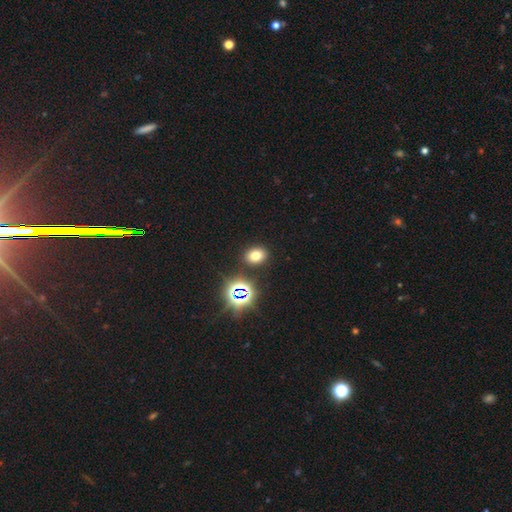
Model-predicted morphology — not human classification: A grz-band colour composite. It shows a smooth galaxy with no disk features (70%) that is in between round and cigar-shaped (58%). Merging: none (86%).